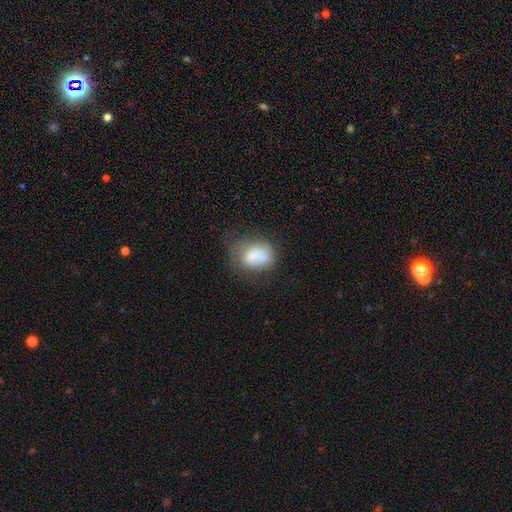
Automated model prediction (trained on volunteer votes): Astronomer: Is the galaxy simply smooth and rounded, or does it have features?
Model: smooth — 76%.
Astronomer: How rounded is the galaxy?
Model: in between — 62%.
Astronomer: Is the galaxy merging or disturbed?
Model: none — 42% (runner-up: minor disturbance, 31%).